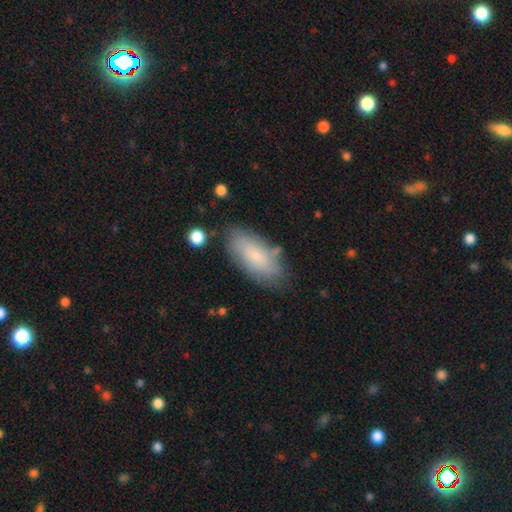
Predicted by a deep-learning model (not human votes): Morphology: type=smooth (72%); roundness=in between (88%); merging=none (76%).